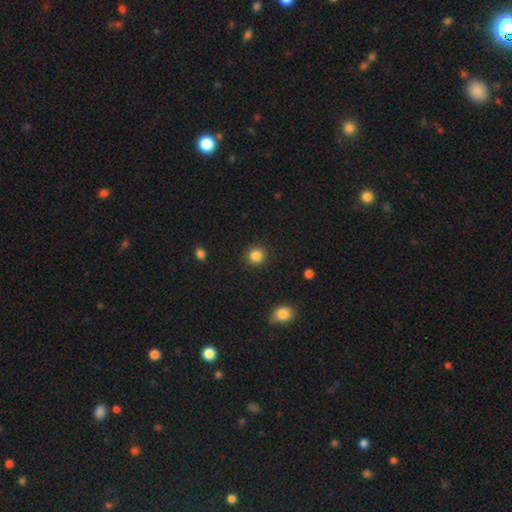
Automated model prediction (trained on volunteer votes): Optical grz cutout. It shows a smooth galaxy with no disk features (85%) that is round (92%). Merging: none (91%).